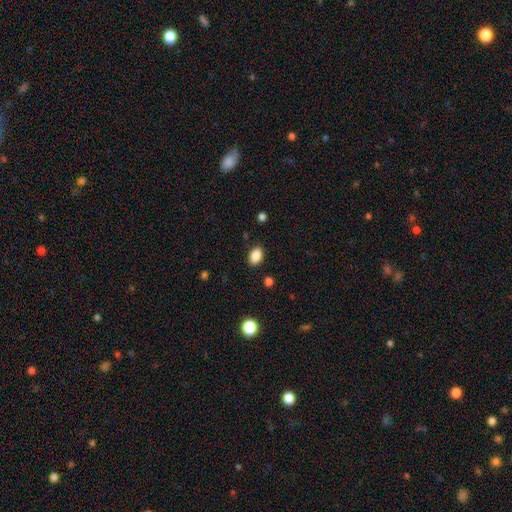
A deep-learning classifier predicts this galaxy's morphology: A smooth galaxy with no disk features (87%) that is in between round and cigar-shaped (85%). Merging: none (87%).